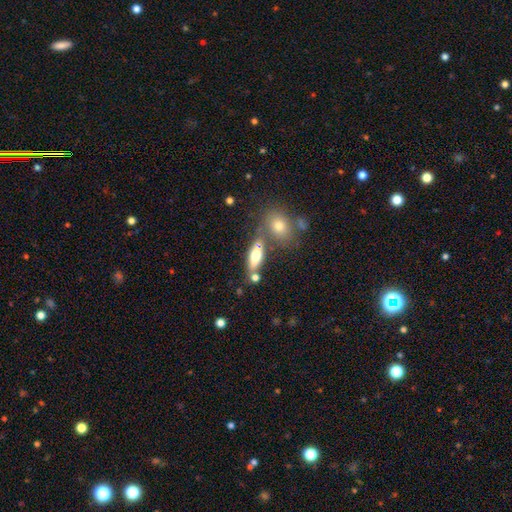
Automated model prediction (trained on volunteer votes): Morphology: type=smooth (66%); roundness=in between (68%); merging=none (54%).